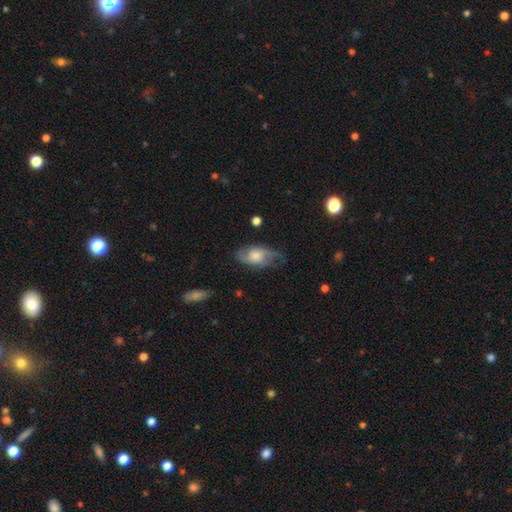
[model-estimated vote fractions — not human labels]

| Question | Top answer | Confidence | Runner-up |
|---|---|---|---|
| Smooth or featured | featured or disk | 57% | smooth (36%) |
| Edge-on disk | no | 91% | yes (9%) |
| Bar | no | 71% | weak (26%) |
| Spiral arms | yes | 86% | no (14%) |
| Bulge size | moderate | 43% | large (29%) |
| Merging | none | 62% | minor disturbance (25%) |